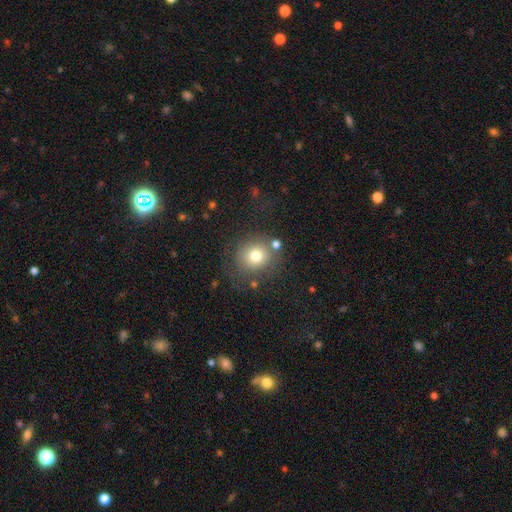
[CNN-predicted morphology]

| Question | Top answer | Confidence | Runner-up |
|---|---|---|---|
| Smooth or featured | smooth | 74% | featured or disk (13%) |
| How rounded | round | 82% | in between (17%) |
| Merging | none | 69% | minor disturbance (14%) |